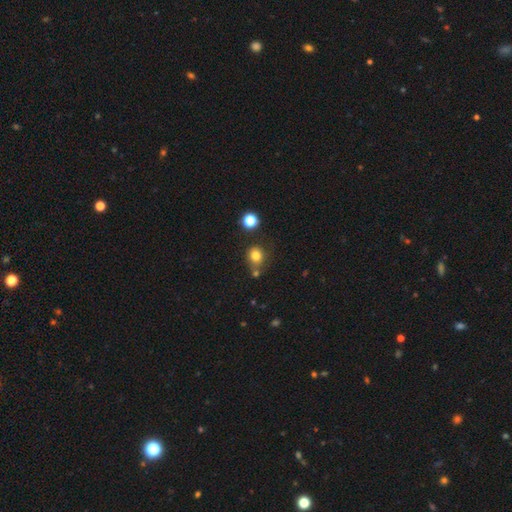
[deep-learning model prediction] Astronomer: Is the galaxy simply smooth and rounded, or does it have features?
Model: smooth — 79%.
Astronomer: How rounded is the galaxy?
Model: round — 80%.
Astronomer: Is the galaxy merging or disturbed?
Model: none — 70%.